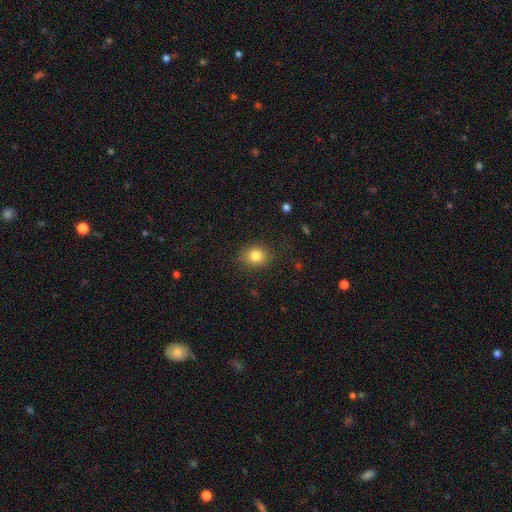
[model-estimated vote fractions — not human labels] Smooth or featured: smooth — 82% (star or artifact — 11%)
How rounded: round — 65% (in between — 34%)
Merging: none — 85% (minor disturbance — 11%)